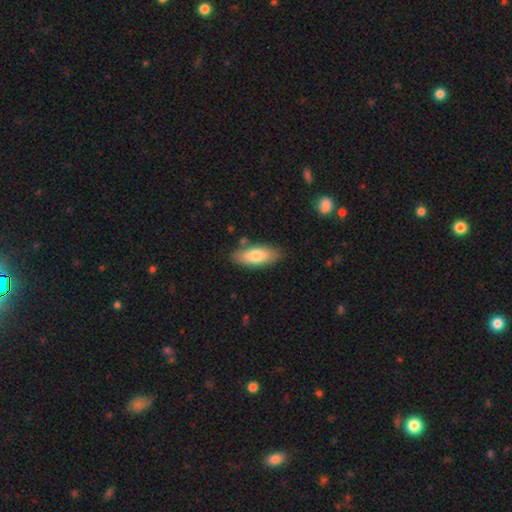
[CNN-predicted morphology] This appears to be a smooth galaxy with no disk features (77%) that is in between round and cigar-shaped (77%). Merging: none (82%).